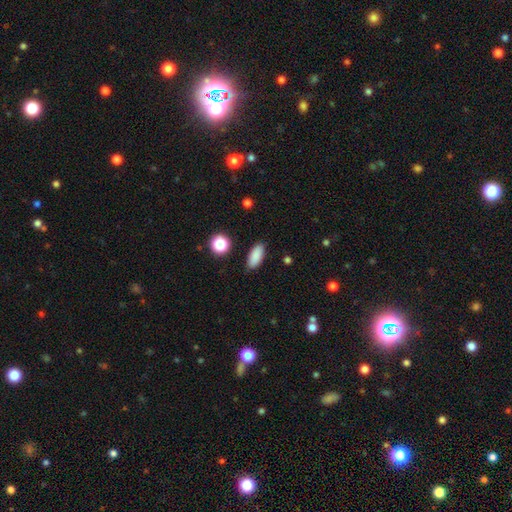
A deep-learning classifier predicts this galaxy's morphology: smooth-or-featured: smooth: 87% | star or artifact: 8% | featured or disk: 5%
  how-rounded: in between: 83% | cigar-shaped: 13% | round: 4%
  merging: none: 88% | minor disturbance: 9% | major disturbance: 2% | merger: 1%